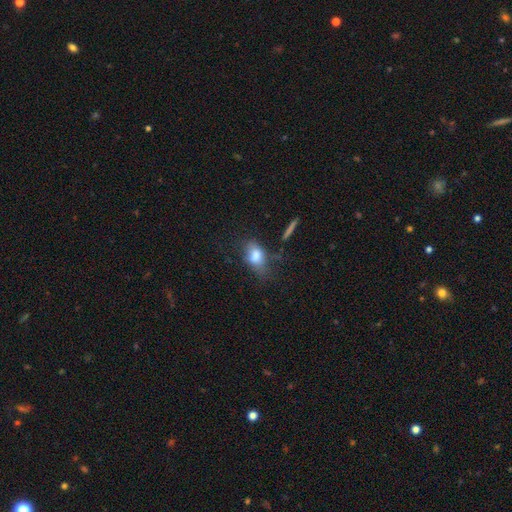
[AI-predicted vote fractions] smooth 74%, featured or disk 16%, star or artifact 10%. Down the decision tree: how rounded — in between (82%); merging — none (43%).